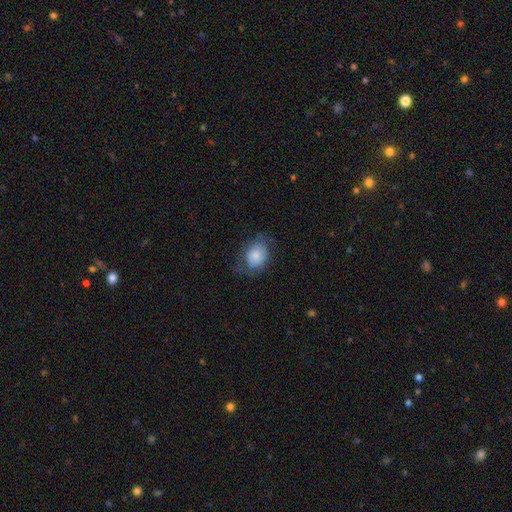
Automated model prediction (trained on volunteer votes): Smooth or featured? Predicted: smooth (p=0.78). How rounded? Predicted: in between (p=0.71). Merging? Predicted: none (p=0.54).